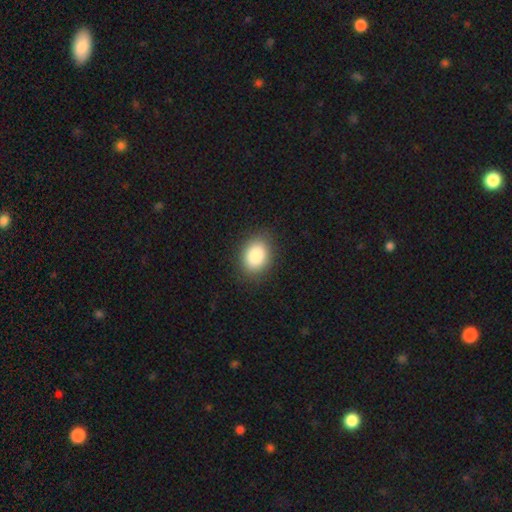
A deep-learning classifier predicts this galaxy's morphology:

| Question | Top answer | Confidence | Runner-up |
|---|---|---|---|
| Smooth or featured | smooth | 87% | star or artifact (8%) |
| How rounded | in between | 69% | round (30%) |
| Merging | none | 88% | minor disturbance (9%) |